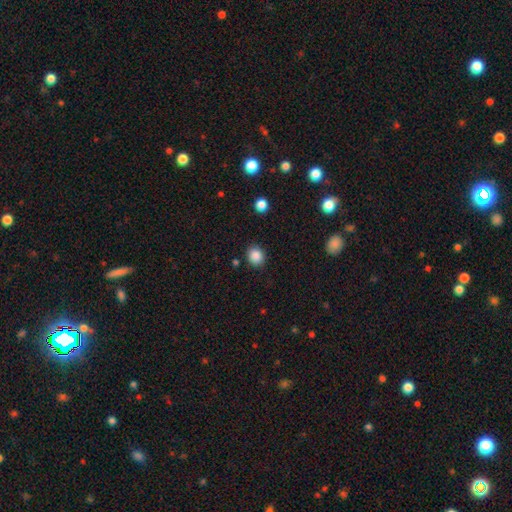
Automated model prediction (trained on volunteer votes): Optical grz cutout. It shows a smooth galaxy with no disk features (86%) that is round (77%). Merging: none (88%).